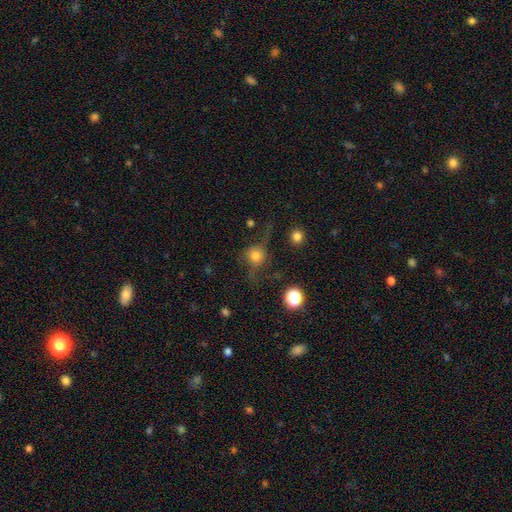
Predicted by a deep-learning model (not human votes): Smooth or featured? smooth (62%)
How rounded? round (87%)
Merging? none (53%)